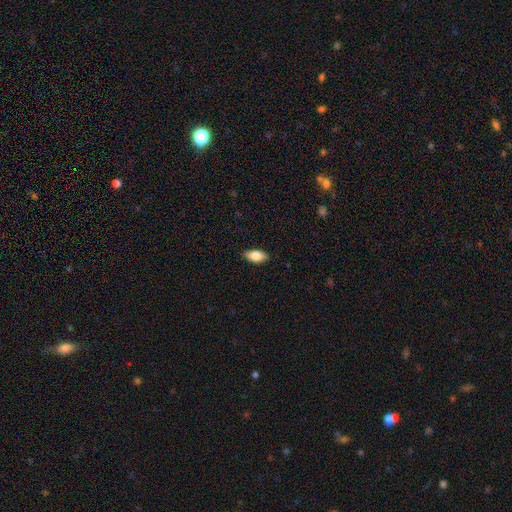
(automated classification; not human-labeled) This appears to be a smooth galaxy with no disk features (77%) that is in between round and cigar-shaped (87%). Merging: none (88%).